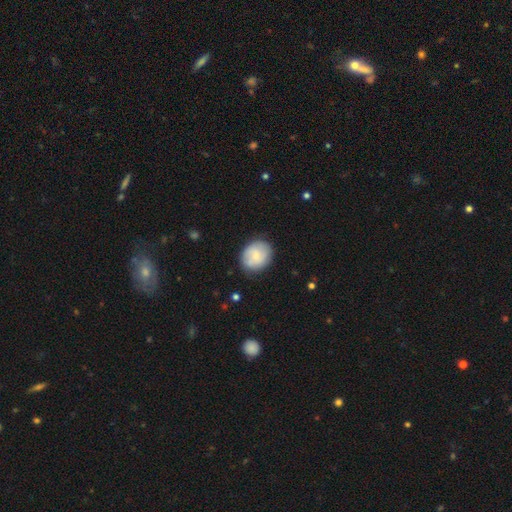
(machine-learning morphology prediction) type=smooth (63%); roundness=round (71%); merging=none (81%).